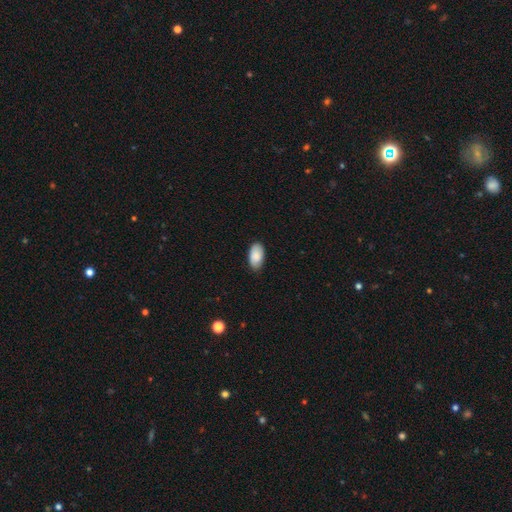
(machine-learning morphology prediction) Q: Smooth or featured?
A: smooth (87%); runner-up: featured or disk (7%)
Q: How rounded?
A: in between (95%); runner-up: round (3%)
Q: Merging?
A: none (82%); runner-up: minor disturbance (15%)